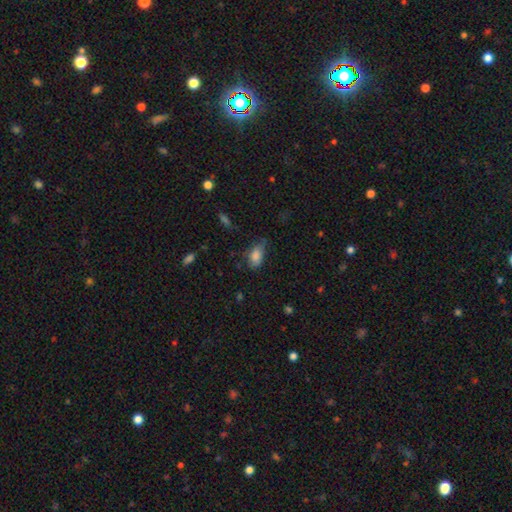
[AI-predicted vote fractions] A smooth galaxy with no disk features (82%) that is in between round and cigar-shaped (89%).

Vote fractions:
- Smooth or featured? smooth: 82% / featured or disk: 10% / star or artifact: 9%
- How rounded? in between: 89% / round: 7% / cigar-shaped: 4%
- Merging? none: 42% / minor disturbance: 39% / major disturbance: 16% / merger: 3%